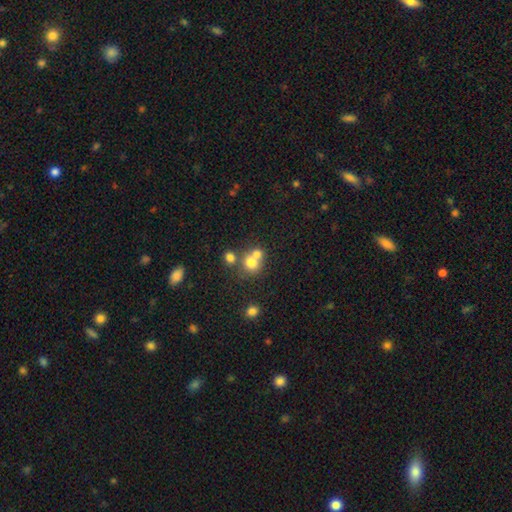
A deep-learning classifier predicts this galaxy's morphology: smooth 69%, featured or disk 16%, star or artifact 15%. Down the decision tree: how rounded — round (80%); merging — merger (53%).